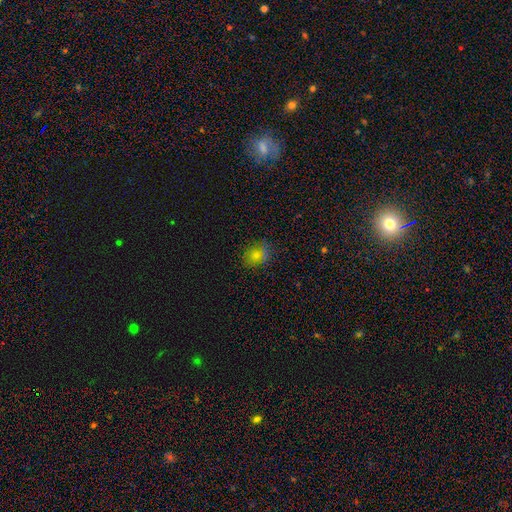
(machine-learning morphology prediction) Q: Smooth or featured?
A: smooth (59%); runner-up: star or artifact (27%)
Q: How rounded?
A: round (61%); runner-up: in between (38%)
Q: Merging?
A: none (75%); runner-up: minor disturbance (17%)